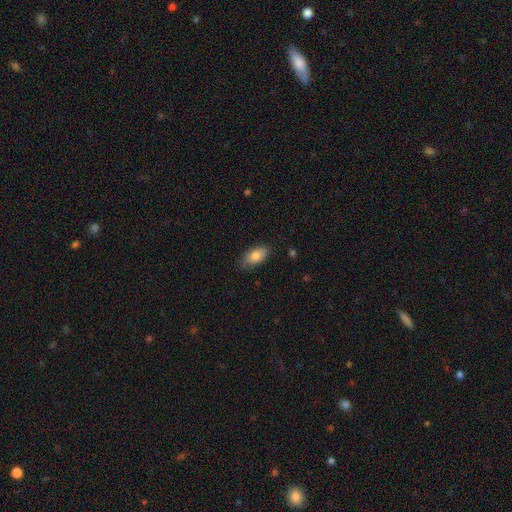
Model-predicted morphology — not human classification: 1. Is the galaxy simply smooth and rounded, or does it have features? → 82% smooth, 11% featured or disk, 7% star or artifact.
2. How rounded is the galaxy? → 90% in between, 6% cigar-shaped, 4% round.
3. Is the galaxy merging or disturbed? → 82% none, 14% minor disturbance, 3% major disturbance, 1% merger.